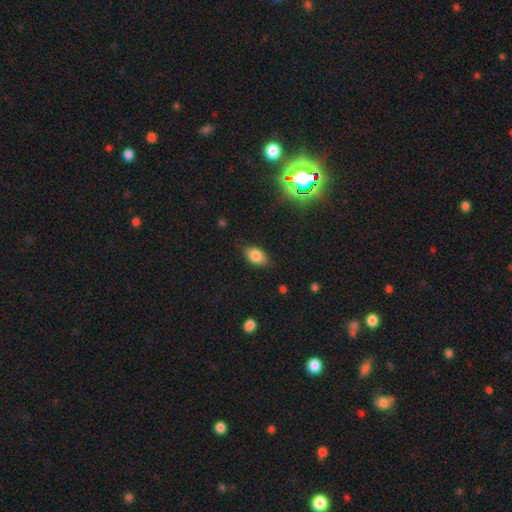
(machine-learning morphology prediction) Smooth or featured? smooth (81%)
How rounded? in between (89%)
Merging? none (79%)